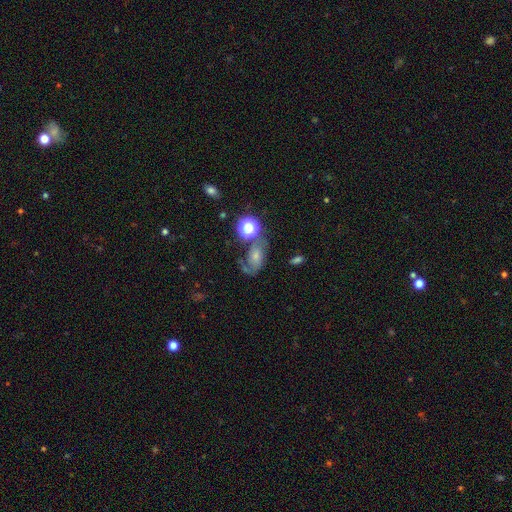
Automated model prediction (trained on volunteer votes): Smooth or featured: featured or disk — 42% (smooth — 40%)
Merging: none — 38% (major disturbance — 25%)